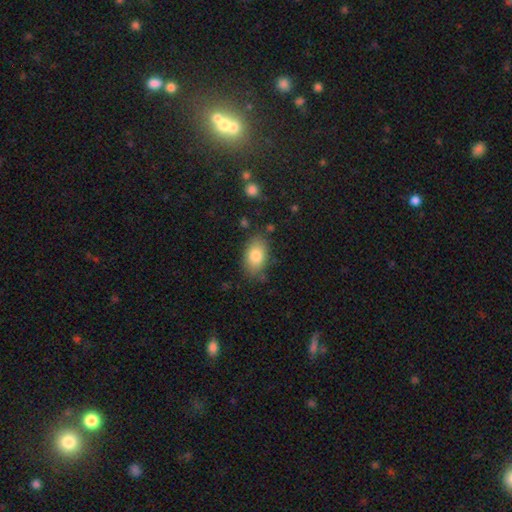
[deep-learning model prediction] The model was most divided on "merging": none: 78%, minor disturbance: 16%, major disturbance: 4%, merger: 3%. More confident: how rounded — in between (90%); smooth or featured — smooth (81%).